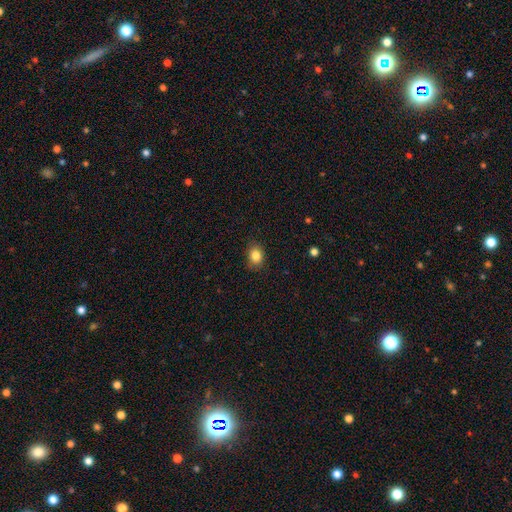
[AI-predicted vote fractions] Smooth or featured? Predicted: smooth (p=0.84). How rounded? Predicted: in between (p=0.58). Merging? Predicted: none (p=0.84).